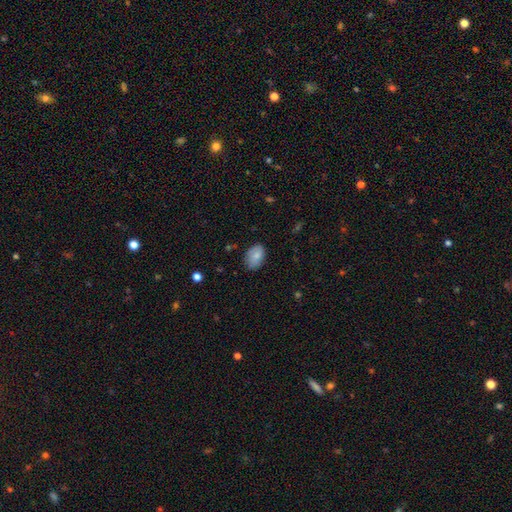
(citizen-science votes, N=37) Smooth or featured? smooth (86%)
How rounded? in between (94%)
Merging? none (69%)